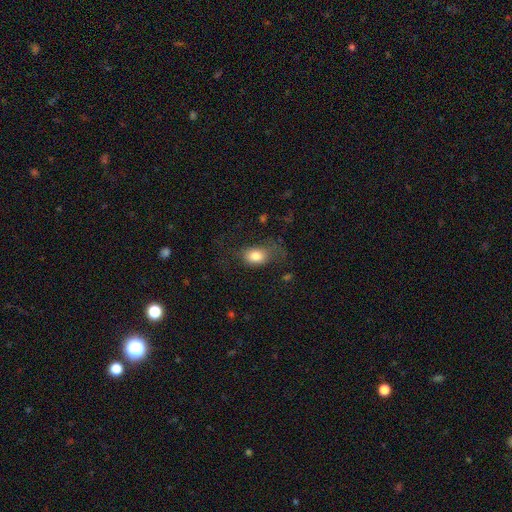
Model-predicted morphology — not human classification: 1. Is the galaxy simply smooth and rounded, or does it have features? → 79% smooth, 12% featured or disk, 9% star or artifact.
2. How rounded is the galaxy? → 72% in between, 26% round, 2% cigar-shaped.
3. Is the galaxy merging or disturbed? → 48% none, 25% minor disturbance, 25% major disturbance, 2% merger.